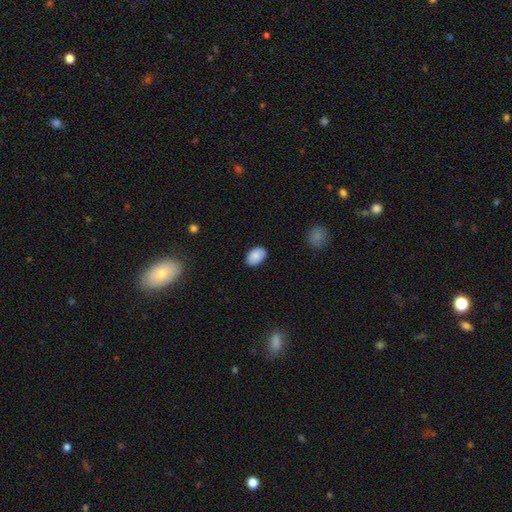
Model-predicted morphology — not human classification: This appears to be a smooth galaxy with no disk features (88%) that is in between round and cigar-shaped (91%). Merging: none (87%).